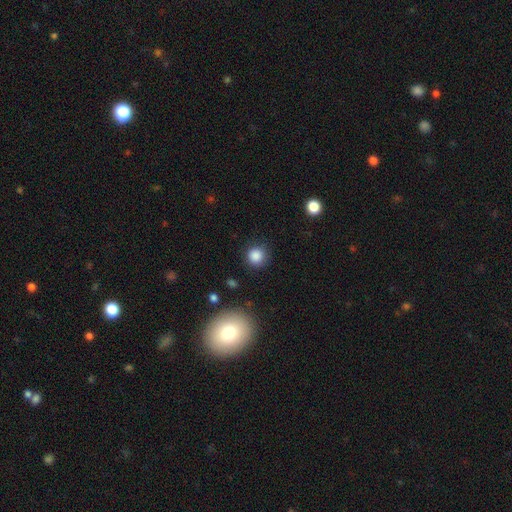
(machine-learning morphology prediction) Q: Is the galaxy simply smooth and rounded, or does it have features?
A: smooth — 85%.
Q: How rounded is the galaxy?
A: round — 92%.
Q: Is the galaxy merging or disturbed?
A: none — 86%.